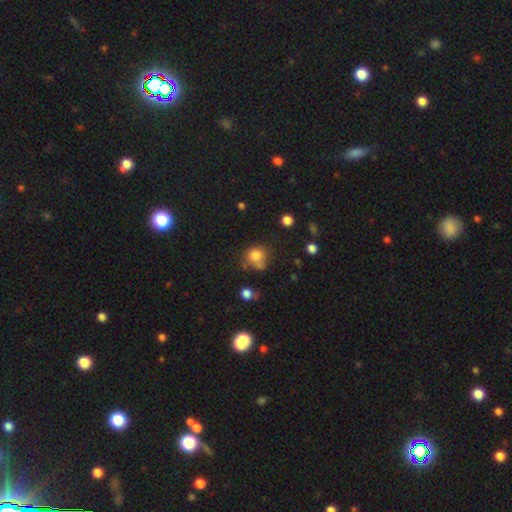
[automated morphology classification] Overall: smooth (78%). How rounded: round (74%). Merging: none (48%; minor disturbance 24%).